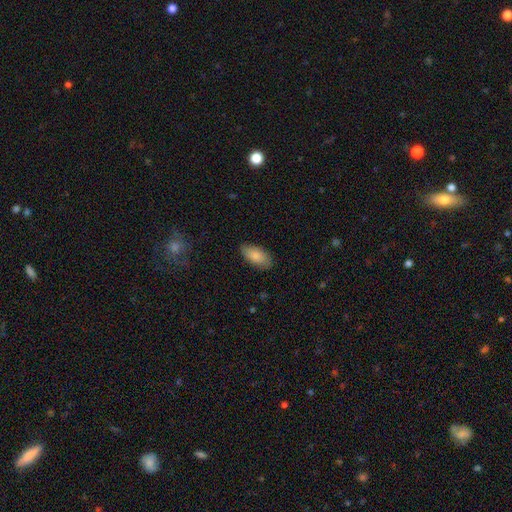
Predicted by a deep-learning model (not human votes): This is clearly a smooth galaxy (85%). How rounded: clearly in between (92%). Merging: clearly none (84%).